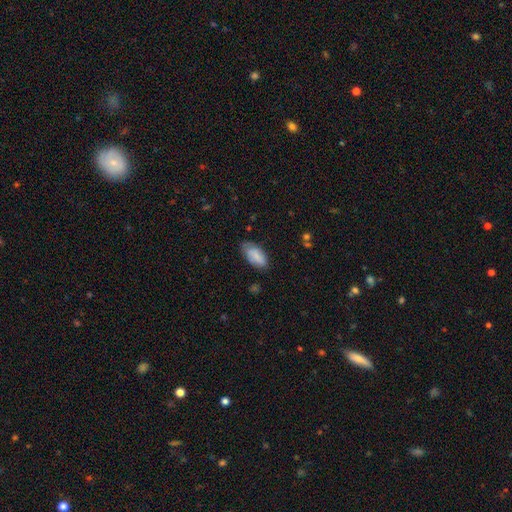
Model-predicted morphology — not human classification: Overall: smooth (79%). How rounded: in between (92%). Merging: none (66%; minor disturbance 27%).